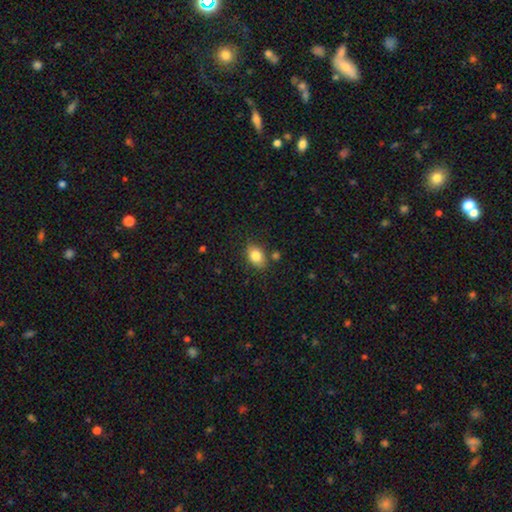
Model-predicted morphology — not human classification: This appears to be a smooth galaxy with no disk features (83%) that is in between round and cigar-shaped (81%). Merging: none (78%).